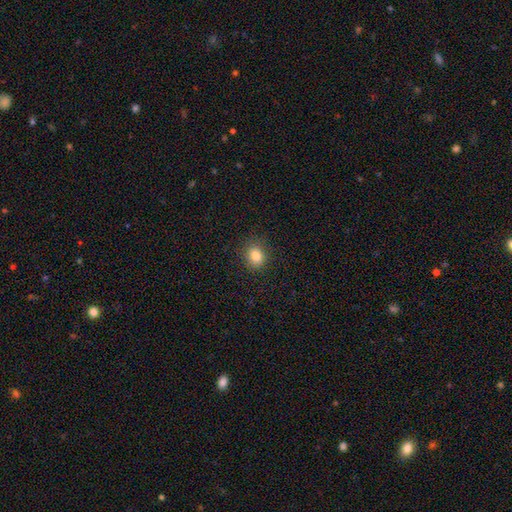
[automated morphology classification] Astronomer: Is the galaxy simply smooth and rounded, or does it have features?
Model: smooth — 84%.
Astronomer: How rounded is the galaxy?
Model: round — 66%.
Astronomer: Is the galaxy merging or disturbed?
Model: none — 87%.